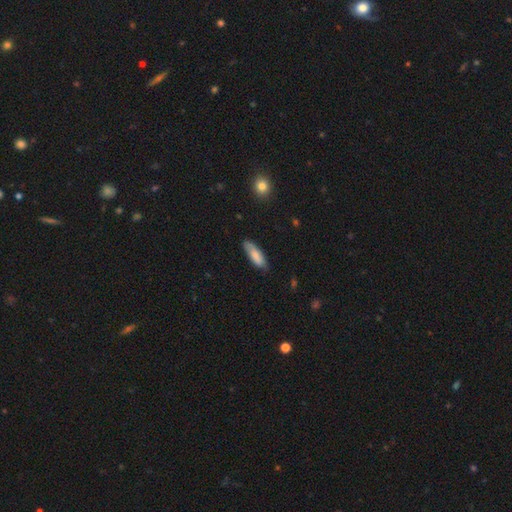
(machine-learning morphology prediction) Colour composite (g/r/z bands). It shows a smooth galaxy with no disk features (78%) that is in between round and cigar-shaped (56%). Merging: none (74%).